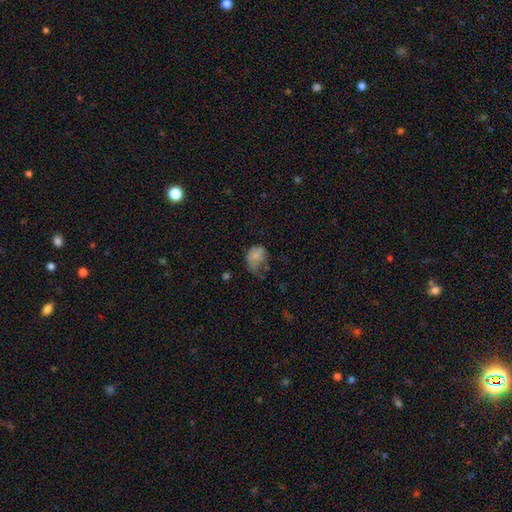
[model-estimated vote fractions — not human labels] A smooth galaxy with no disk features (72%) that is in between round and cigar-shaped (54%).

Vote fractions:
- Smooth or featured? smooth: 72% / featured or disk: 18% / star or artifact: 10%
- How rounded? in between: 54% / round: 45% / cigar-shaped: 1%
- Merging? major disturbance: 41% / minor disturbance: 30% / none: 25% / merger: 4%